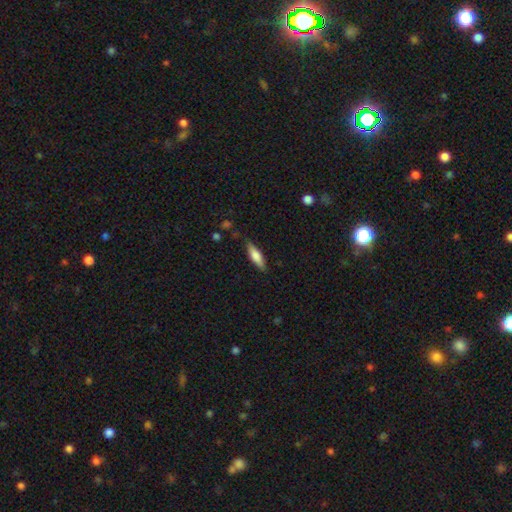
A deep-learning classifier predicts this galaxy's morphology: This appears to be a smooth galaxy with no disk features (70%) that is cigar-shaped (57%). Merging: none (79%).